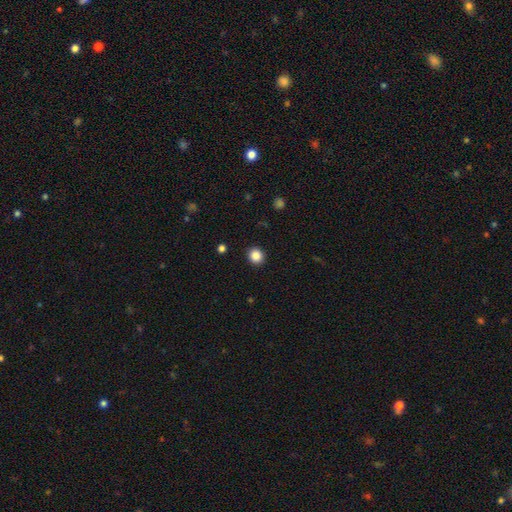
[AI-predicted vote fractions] This appears to be a smooth galaxy with no disk features (86%) that is round (90%). Merging: none (93%).